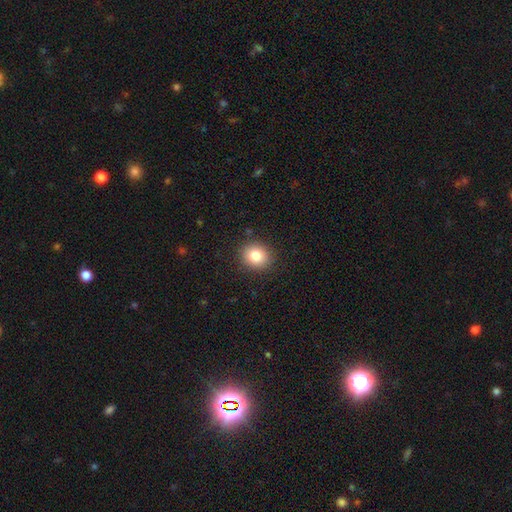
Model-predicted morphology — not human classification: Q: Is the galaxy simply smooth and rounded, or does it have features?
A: smooth — 81%.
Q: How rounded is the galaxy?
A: round — 82%.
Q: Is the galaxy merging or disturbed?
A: none — 90%.